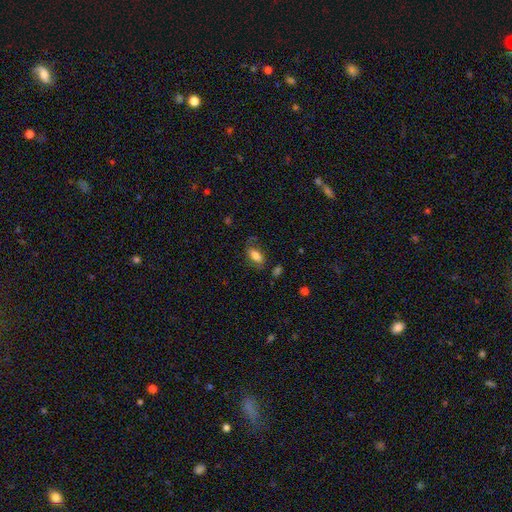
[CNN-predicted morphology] This appears to be a smooth galaxy with no disk features (74%) that is in between round and cigar-shaped (87%). Merging: none (61%).